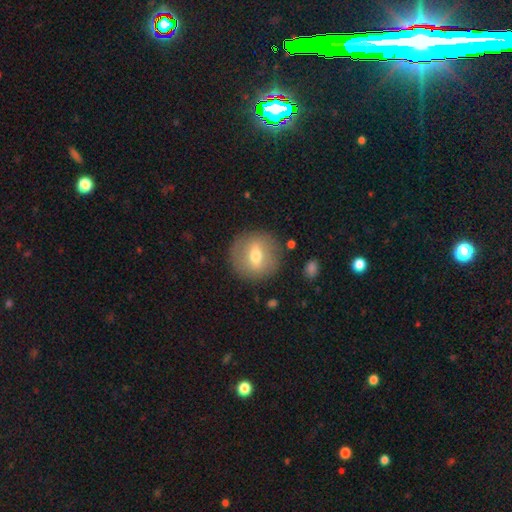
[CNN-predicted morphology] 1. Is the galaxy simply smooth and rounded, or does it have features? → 51% smooth, 41% featured or disk, 8% star or artifact.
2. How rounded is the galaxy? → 88% round, 10% in between, 2% cigar-shaped.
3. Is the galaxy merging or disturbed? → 86% none, 9% minor disturbance, 3% major disturbance, 2% merger.